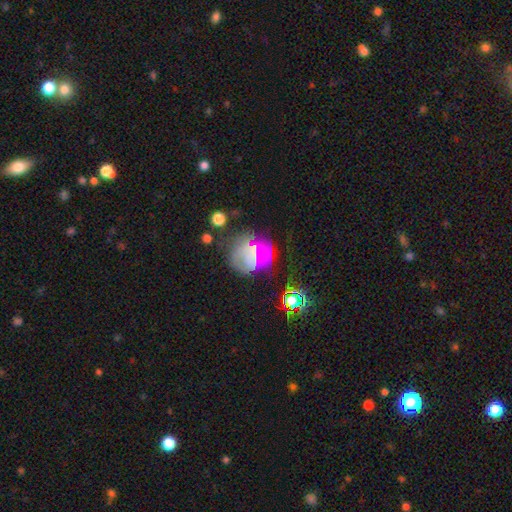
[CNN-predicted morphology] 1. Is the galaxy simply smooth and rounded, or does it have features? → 44% featured or disk, 29% smooth, 28% star or artifact.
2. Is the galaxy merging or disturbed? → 58% none, 20% minor disturbance, 16% major disturbance, 7% merger.